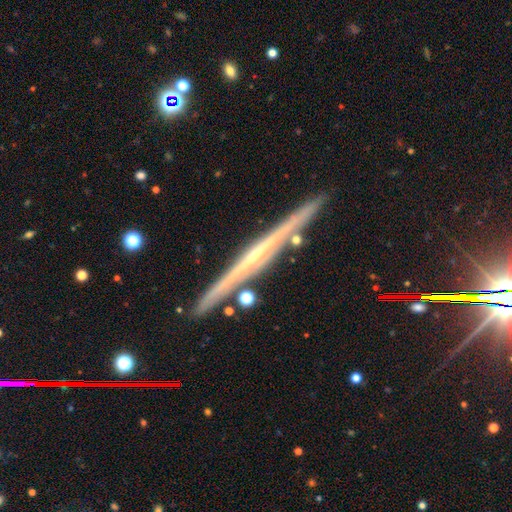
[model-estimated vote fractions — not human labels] The model was most divided on "edge-on bulge": none: 50%, rounded: 43%, boxy: 7%. More confident: edge-on disk — yes (97%); merging — none (86%); smooth or featured — featured or disk (79%).